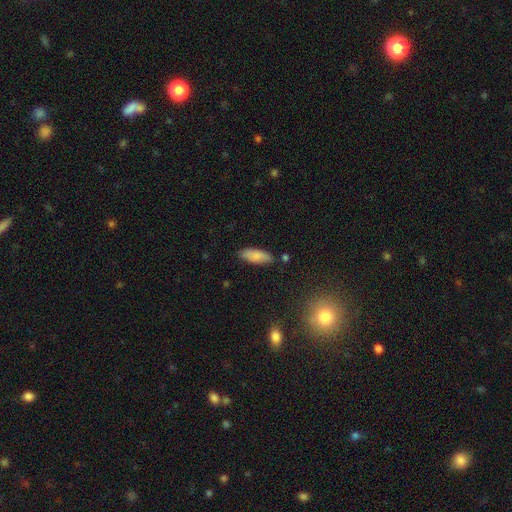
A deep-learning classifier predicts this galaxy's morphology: The model was most divided on "how rounded": in between: 70%, cigar-shaped: 28%, round: 2%. More confident: smooth or featured — smooth (85%); merging — none (81%).